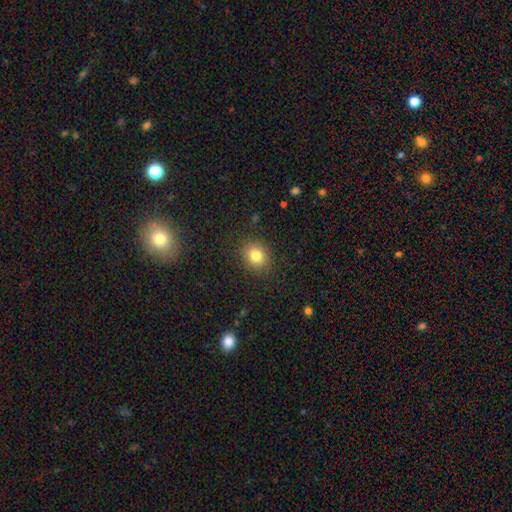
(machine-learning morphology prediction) smooth-or-featured: smooth: 81% | star or artifact: 12% | featured or disk: 8%
  how-rounded: round: 61% | in between: 38% | cigar-shaped: 1%
  merging: none: 88% | minor disturbance: 8% | major disturbance: 3% | merger: 1%